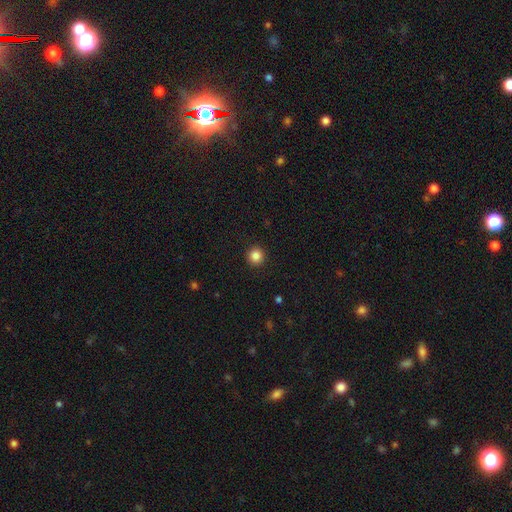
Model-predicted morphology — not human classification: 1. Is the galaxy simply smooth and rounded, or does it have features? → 86% smooth, 11% star or artifact, 4% featured or disk.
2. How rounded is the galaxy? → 95% round, 4% in between, 1% cigar-shaped.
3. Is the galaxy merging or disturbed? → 93% none, 4% minor disturbance, 2% major disturbance, 1% merger.